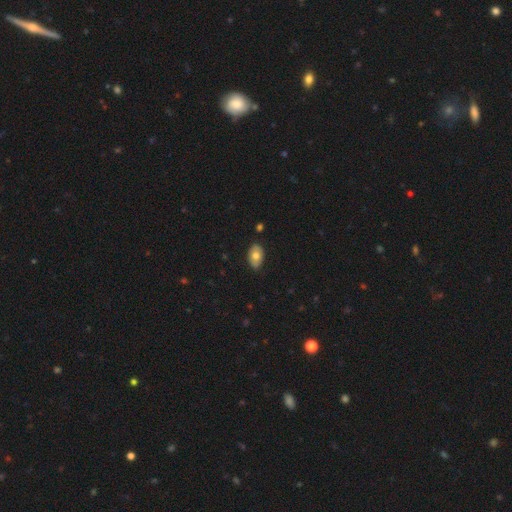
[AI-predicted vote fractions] This appears to be a smooth galaxy with no disk features (70%) that is in between round and cigar-shaped (91%). Merging: none (84%).